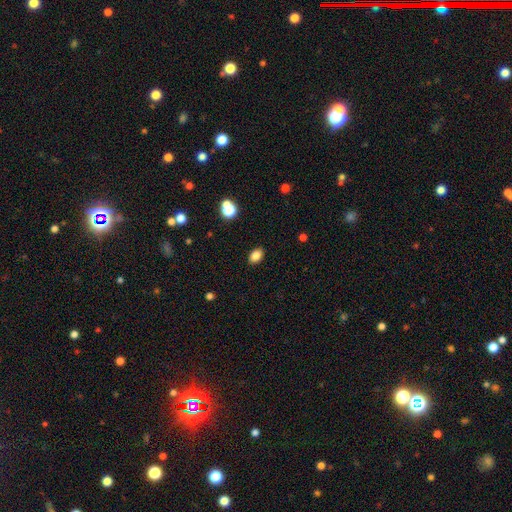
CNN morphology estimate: Smooth or featured: smooth — 85% (star or artifact — 10%)
How rounded: in between — 82% (round — 17%)
Merging: none — 88% (minor disturbance — 8%)